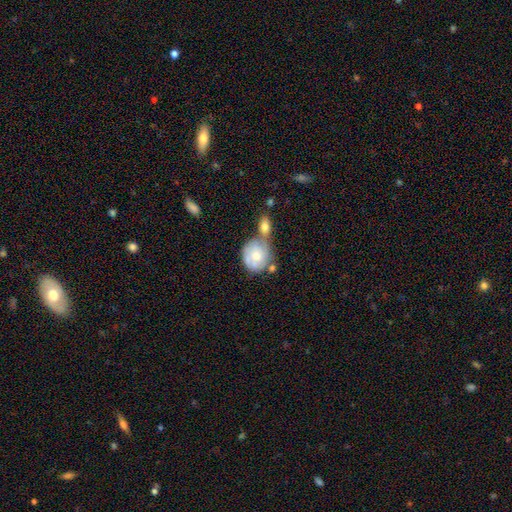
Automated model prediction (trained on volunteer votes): Smooth or featured?
  - smooth: 52% *
  - featured or disk: 41%
  - star or artifact: 6%
How rounded?
  - round: 74% *
  - in between: 25%
  - cigar-shaped: 1%
Merging?
  - merger: 42% *
  - none: 31%
  - minor disturbance: 18%
  - major disturbance: 9%